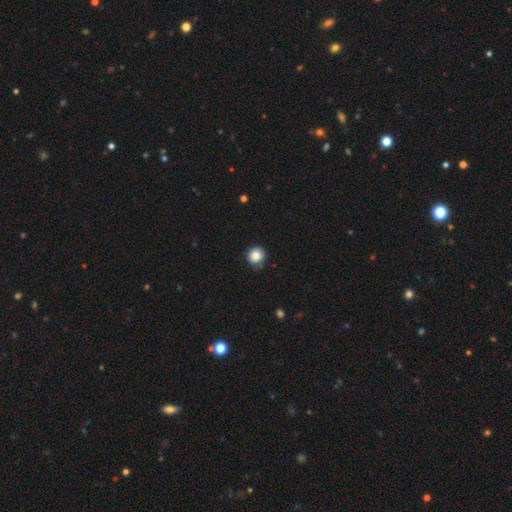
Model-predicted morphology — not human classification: Smooth or featured? Predicted: smooth (p=0.85). How rounded? Predicted: round (p=0.92). Merging? Predicted: none (p=0.85).